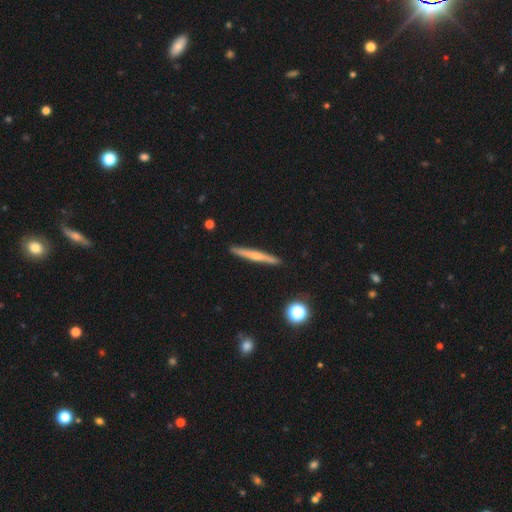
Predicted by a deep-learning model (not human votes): A featured or disk galaxy (55%) viewed edge-on (97%) with a rounded central bulge (61%).

Vote fractions:
- Smooth or featured? featured or disk: 55% / smooth: 39% / star or artifact: 7%
- Edge-on disk? yes: 97% / no: 3%
- Edge-on bulge? rounded: 61% / none: 33% / boxy: 6%
- Merging? none: 91% / minor disturbance: 6% / merger: 1% / major disturbance: 1%